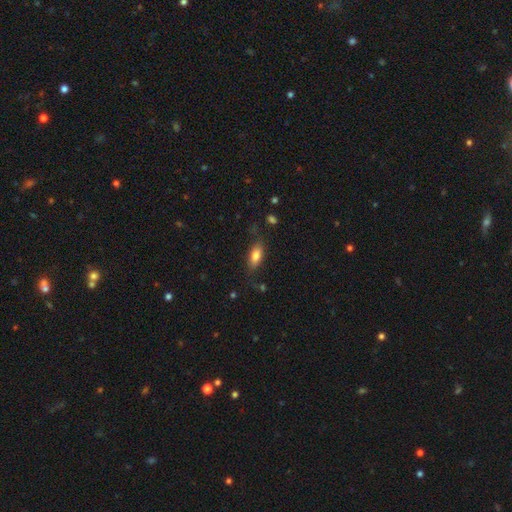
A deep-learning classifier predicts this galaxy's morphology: type=smooth (79%); roundness=in between (83%); merging=none (74%).